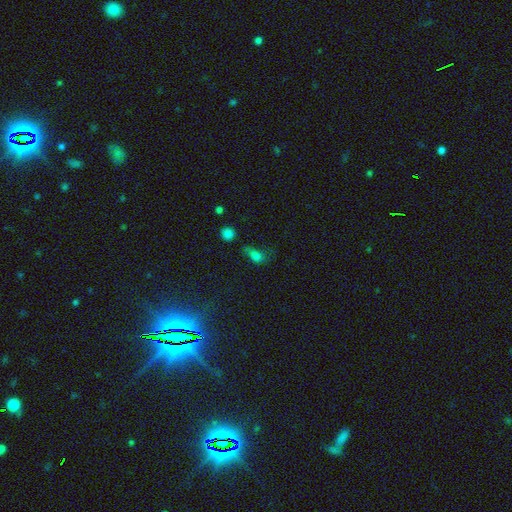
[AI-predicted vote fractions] This is likely a smooth galaxy (67%). How rounded: likely in between (67%). Merging: marginally none (40%).